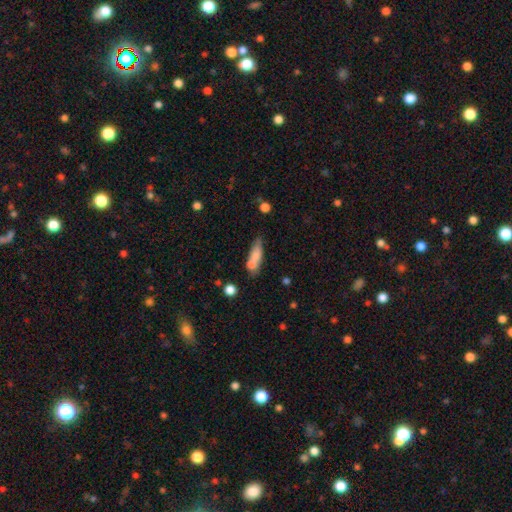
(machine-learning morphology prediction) A smooth galaxy with no disk features (73%) that is cigar-shaped (49%).

Vote fractions:
- Smooth or featured? smooth: 73% / featured or disk: 19% / star or artifact: 8%
- How rounded? cigar-shaped: 49% / in between: 47% / round: 4%
- Merging? none: 48% / merger: 25% / minor disturbance: 20% / major disturbance: 7%